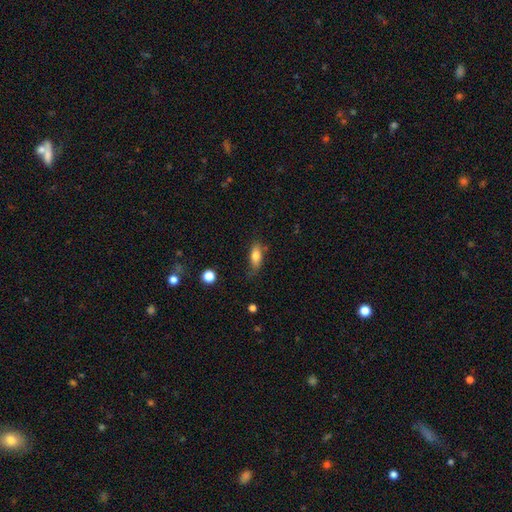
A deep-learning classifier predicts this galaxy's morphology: Smooth or featured? Predicted: smooth (p=0.78). How rounded? Predicted: in between (p=0.79). Merging? Predicted: none (p=0.67).